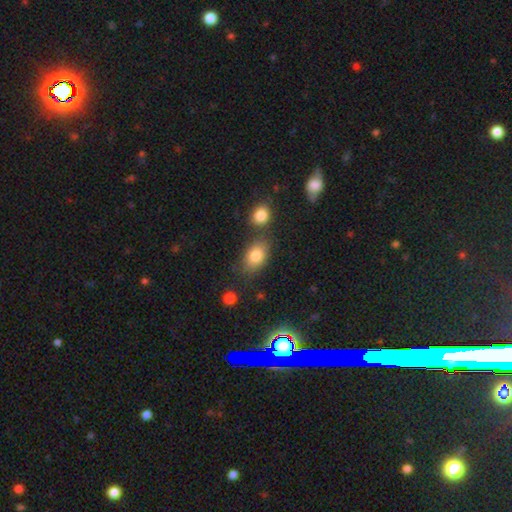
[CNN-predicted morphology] Q: Smooth or featured?
A: smooth (82%); runner-up: featured or disk (9%)
Q: How rounded?
A: in between (82%); runner-up: round (17%)
Q: Merging?
A: none (67%); runner-up: minor disturbance (14%)